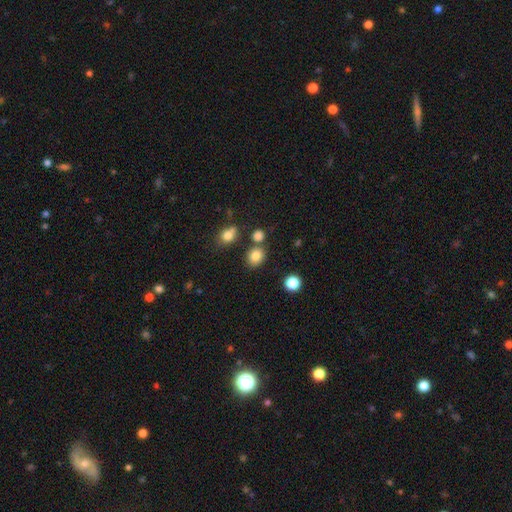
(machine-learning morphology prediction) A smooth galaxy with no disk features (82%) that is round (66%).

Vote fractions:
- Smooth or featured? smooth: 82% / star or artifact: 12% / featured or disk: 6%
- How rounded? round: 66% / in between: 33% / cigar-shaped: 1%
- Merging? none: 74% / merger: 12% / minor disturbance: 11% / major disturbance: 3%